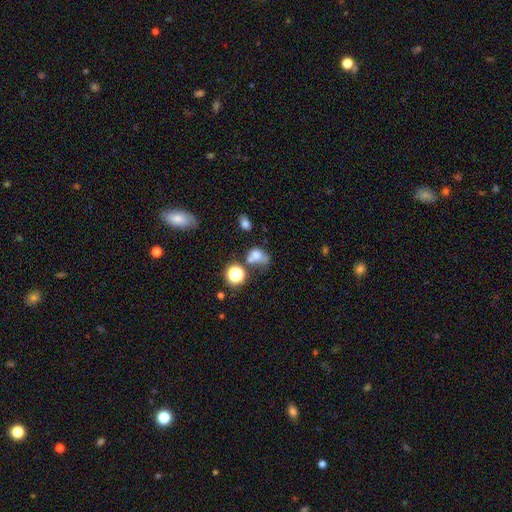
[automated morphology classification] smooth 68%, star or artifact 17%, featured or disk 15%. Down the decision tree: how rounded — in between (55%); merging — merger (34%).